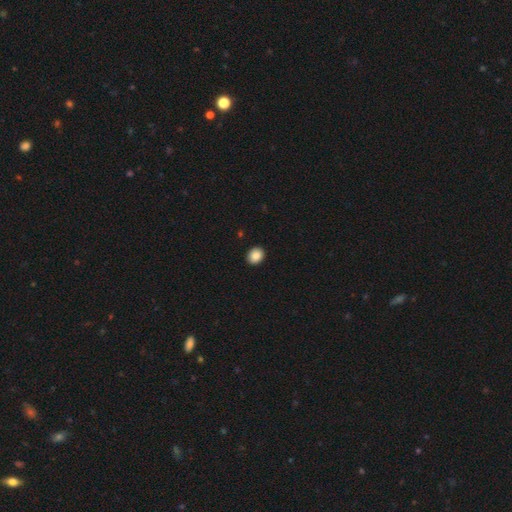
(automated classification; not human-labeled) Q: Smooth or featured?
A: smooth (88%); runner-up: star or artifact (8%)
Q: How rounded?
A: round (59%); runner-up: in between (40%)
Q: Merging?
A: none (91%); runner-up: minor disturbance (6%)